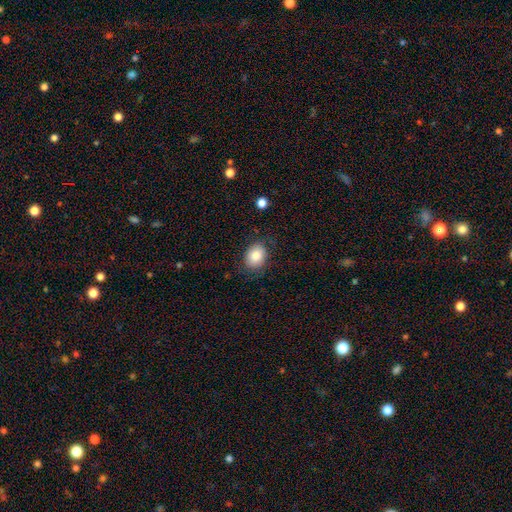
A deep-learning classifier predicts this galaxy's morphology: Overall: smooth (83%). How rounded: in between (66%; round 34%). Merging: none (77%).